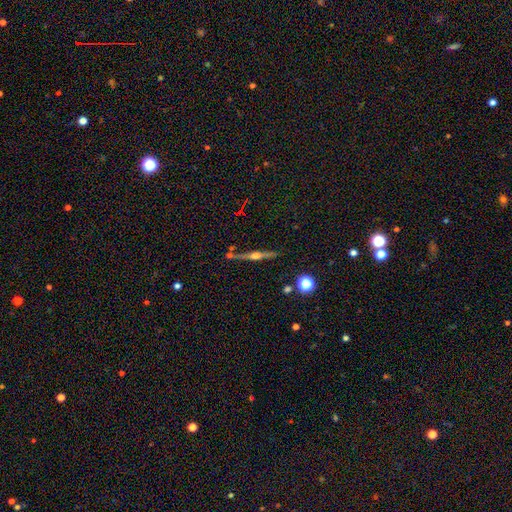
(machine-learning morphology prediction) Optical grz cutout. It shows a featured or disk galaxy (76%) viewed edge-on (97%) with a rounded central bulge (90%). Merging: none (77%).